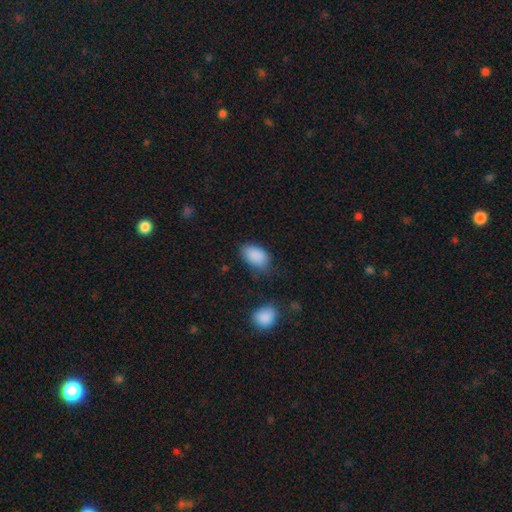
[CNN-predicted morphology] smooth 88%, star or artifact 7%, featured or disk 4%. Down the decision tree: how rounded — in between (91%); merging — none (69%).